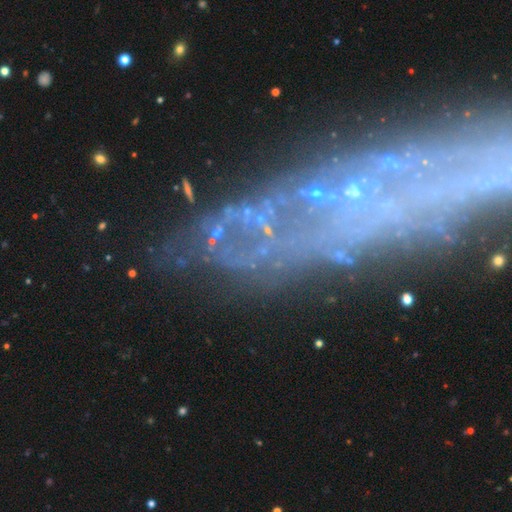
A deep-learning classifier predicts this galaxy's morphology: smooth_or_featured: featured or disk (p=0.54) [alt: star or artifact p=0.30]
disk_edge_on: no (p=0.82) [alt: yes p=0.18]
merging: none (p=0.60) [alt: minor disturbance p=0.17]